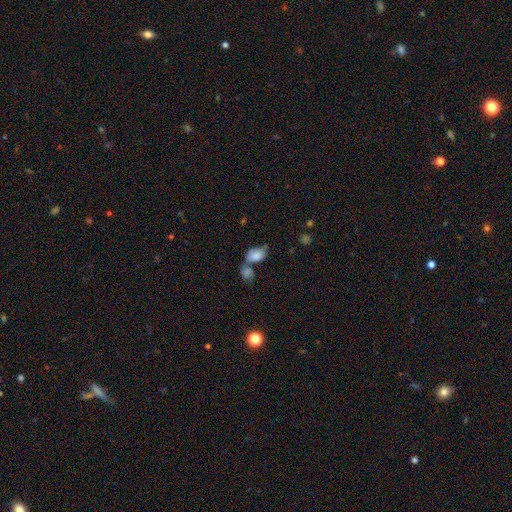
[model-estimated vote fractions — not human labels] Smooth or featured? Predicted: smooth (p=0.79). How rounded? Predicted: in between (p=0.88). Merging? Predicted: merger (p=0.50).